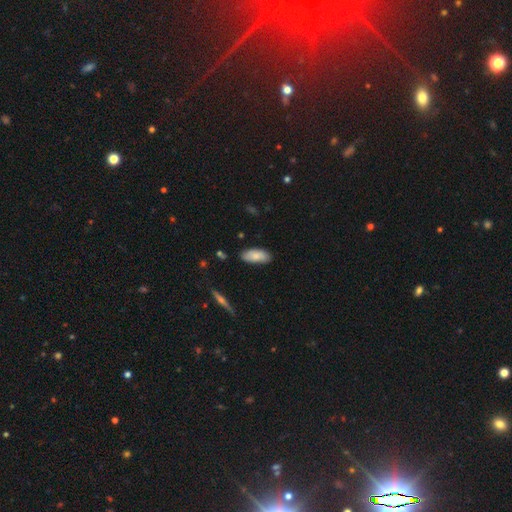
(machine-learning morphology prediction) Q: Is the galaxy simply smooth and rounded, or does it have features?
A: smooth — 77%.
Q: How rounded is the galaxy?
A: in between — 85%.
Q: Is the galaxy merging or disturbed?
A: none — 80%.